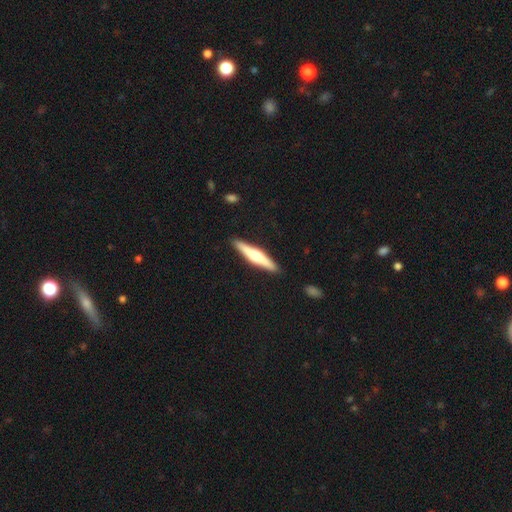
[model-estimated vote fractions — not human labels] smooth-or-featured: featured or disk: 58% | smooth: 37% | star or artifact: 5%
  disk-edge-on: yes: 97% | no: 3%
    edge-on-bulge: rounded: 87% | boxy: 8% | none: 5%
  merging: none: 90% | minor disturbance: 7% | major disturbance: 1% | merger: 1%